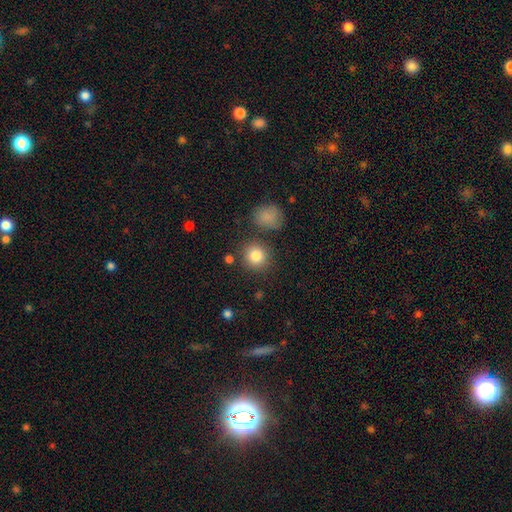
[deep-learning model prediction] Morphology: type=smooth (83%); roundness=round (89%); merging=none (81%).